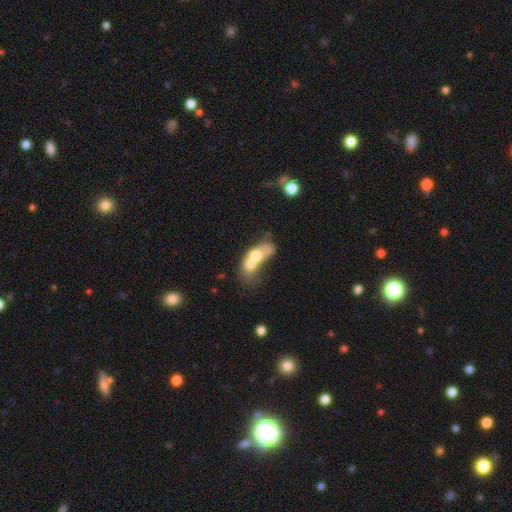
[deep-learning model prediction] smooth_or_featured: smooth (p=0.57) [alt: featured or disk p=0.34]
how_rounded: in between (p=0.67) [alt: round p=0.24]
merging: merger (p=0.77) [alt: none p=0.09]